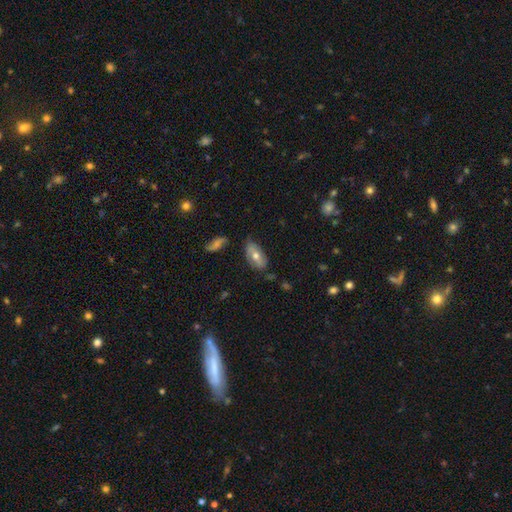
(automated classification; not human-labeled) This appears to be a smooth galaxy with no disk features (55%) that is in between round and cigar-shaped (90%). Merging: none (61%).